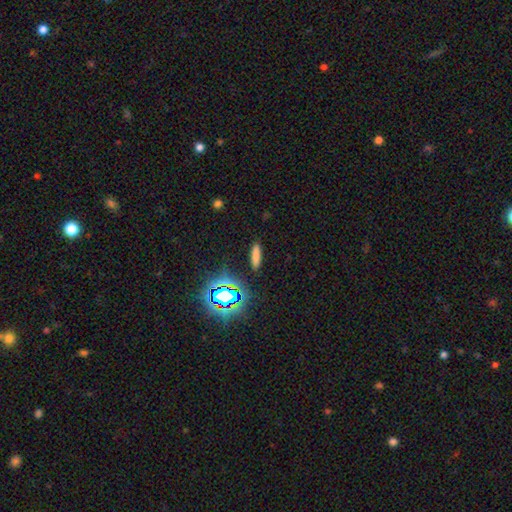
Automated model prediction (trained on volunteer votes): A smooth galaxy with no disk features (72%) that is cigar-shaped (68%).

Vote fractions:
- Smooth or featured? smooth: 72% / star or artifact: 20% / featured or disk: 8%
- How rounded? cigar-shaped: 68% / in between: 29% / round: 3%
- Merging? none: 88% / minor disturbance: 8% / major disturbance: 2% / merger: 2%